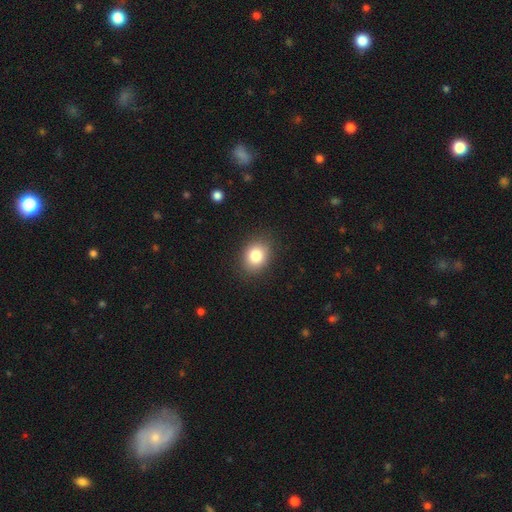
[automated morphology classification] The model was most divided on "how rounded": round: 51%, in between: 48%, cigar-shaped: 1%. More confident: merging — none (88%); smooth or featured — smooth (82%).